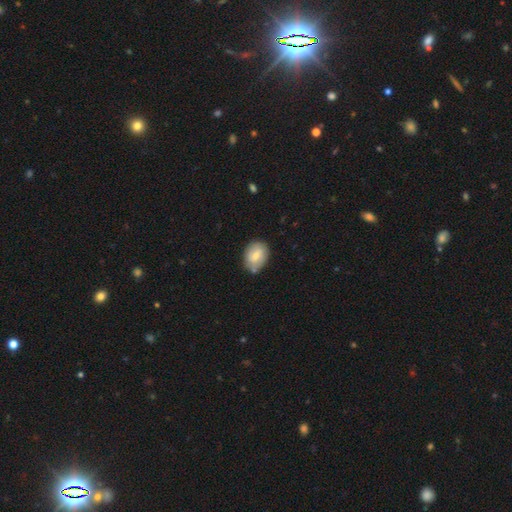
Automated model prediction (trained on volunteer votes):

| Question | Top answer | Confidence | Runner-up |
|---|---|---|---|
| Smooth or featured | smooth | 62% | featured or disk (32%) |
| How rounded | in between | 64% | round (35%) |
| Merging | none | 70% | minor disturbance (21%) |